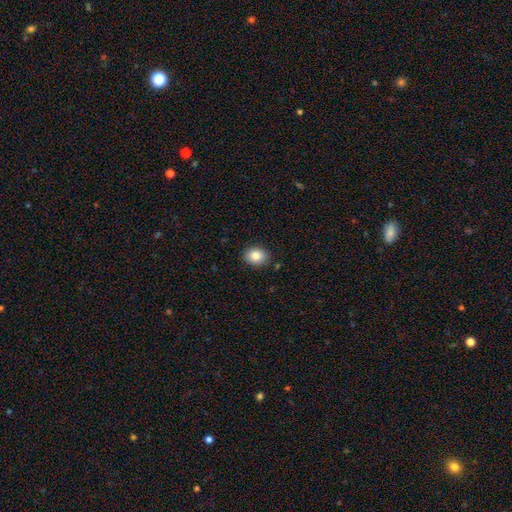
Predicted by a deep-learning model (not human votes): Smooth or featured?
  - smooth: 86% *
  - star or artifact: 8%
  - featured or disk: 6%
How rounded?
  - in between: 55% *
  - round: 44%
  - cigar-shaped: 1%
Merging?
  - none: 88% *
  - minor disturbance: 9%
  - major disturbance: 2%
  - merger: 1%